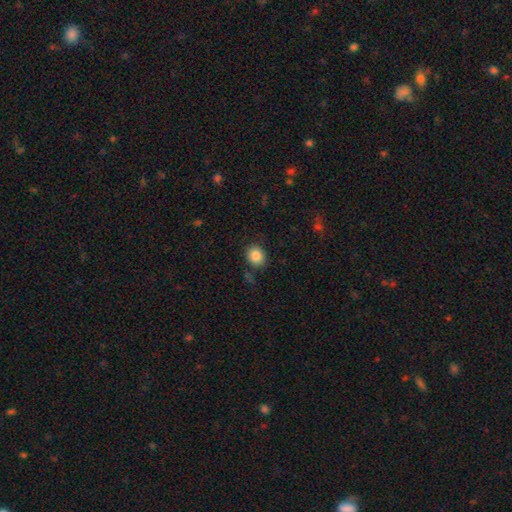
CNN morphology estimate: Smooth or featured? smooth (86%)
How rounded? round (67%)
Merging? none (82%)